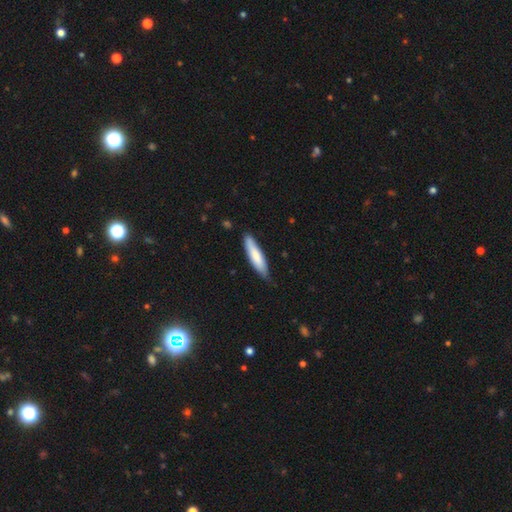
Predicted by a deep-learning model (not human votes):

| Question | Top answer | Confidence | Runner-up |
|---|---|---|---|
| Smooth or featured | smooth | 75% | featured or disk (20%) |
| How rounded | cigar-shaped | 76% | in between (23%) |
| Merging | none | 76% | minor disturbance (20%) |